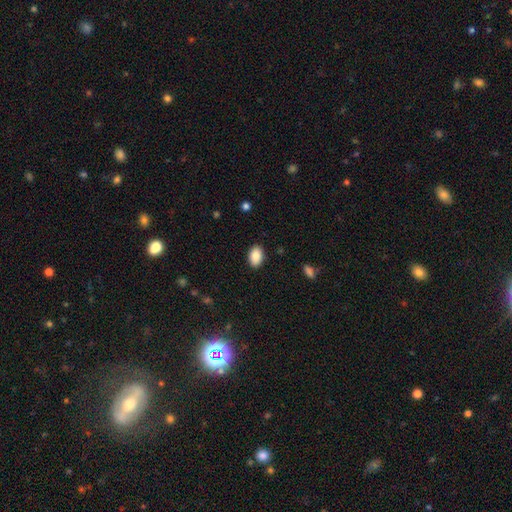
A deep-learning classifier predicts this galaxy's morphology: Smooth or featured? Predicted: smooth (p=0.85). How rounded? Predicted: in between (p=0.90). Merging? Predicted: none (p=0.88).